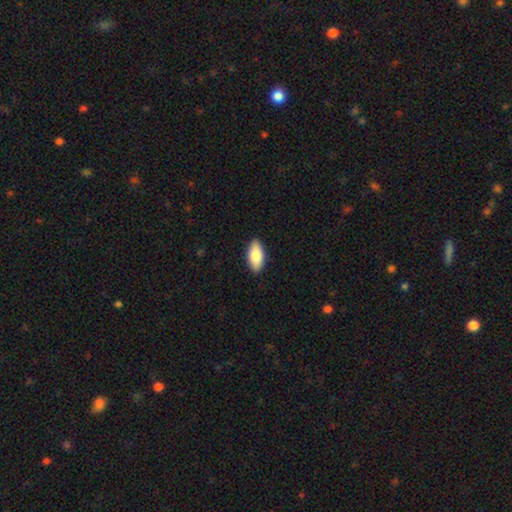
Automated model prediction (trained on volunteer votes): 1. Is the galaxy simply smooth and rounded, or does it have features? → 84% smooth, 10% featured or disk, 6% star or artifact.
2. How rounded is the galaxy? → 91% in between, 7% cigar-shaped, 2% round.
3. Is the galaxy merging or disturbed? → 90% none, 8% minor disturbance, 2% major disturbance, 1% merger.